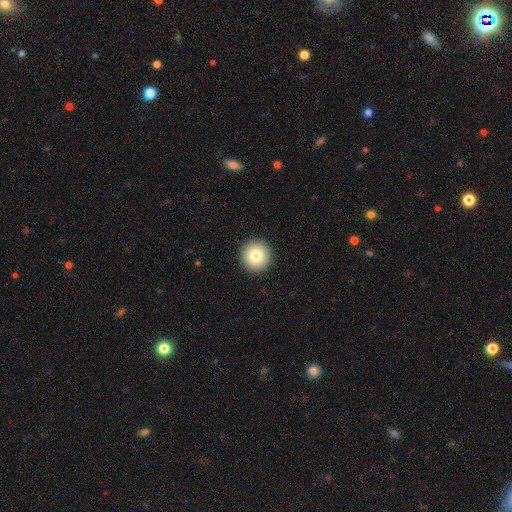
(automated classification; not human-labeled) A smooth galaxy with no disk features (81%) that is round (96%). Merging: none (93%).